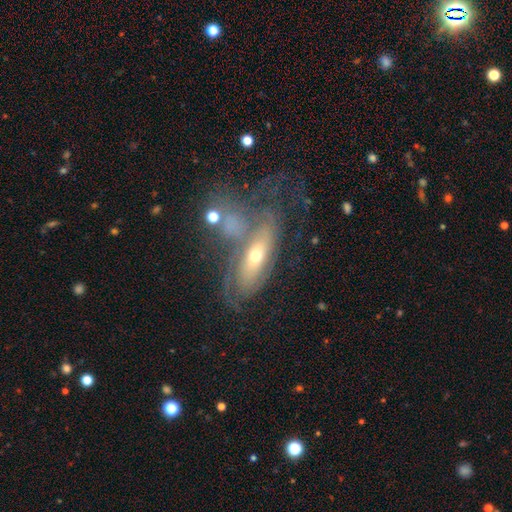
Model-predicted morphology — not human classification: type=featured or disk (70%); edge-on=no (84%); bar=no (73%); spiral arms=yes (71%); bulge=small (48%); merging=none (38%).